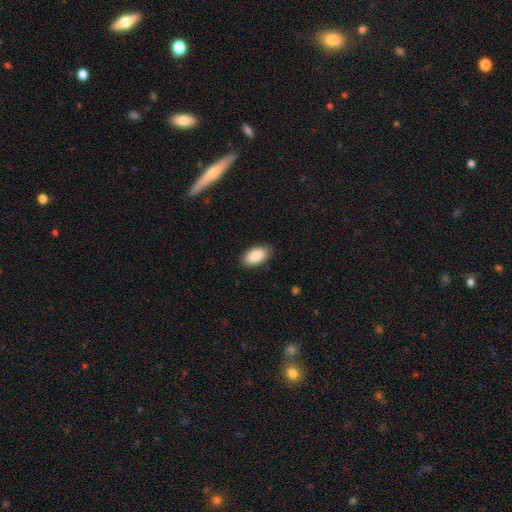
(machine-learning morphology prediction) Smooth or featured? Predicted: smooth (p=0.89). How rounded? Predicted: in between (p=0.95). Merging? Predicted: none (p=0.88).